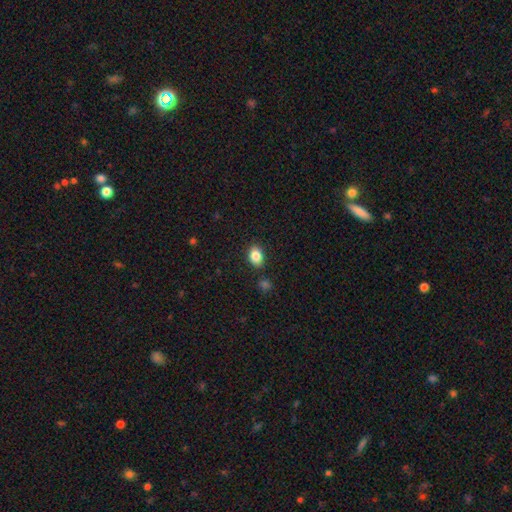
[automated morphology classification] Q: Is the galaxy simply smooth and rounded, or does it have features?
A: smooth — 85%.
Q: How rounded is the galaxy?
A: in between — 73%.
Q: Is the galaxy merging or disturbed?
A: none — 84%.